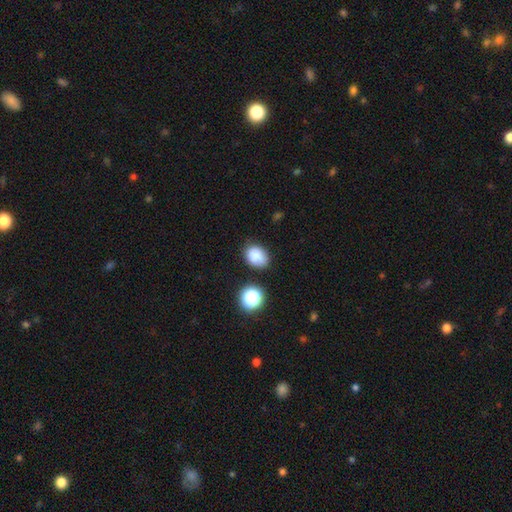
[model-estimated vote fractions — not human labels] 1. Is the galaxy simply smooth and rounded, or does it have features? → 83% smooth, 11% star or artifact, 6% featured or disk.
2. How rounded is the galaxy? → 66% in between, 33% round, 1% cigar-shaped.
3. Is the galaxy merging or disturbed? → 74% none, 18% minor disturbance, 4% major disturbance, 4% merger.